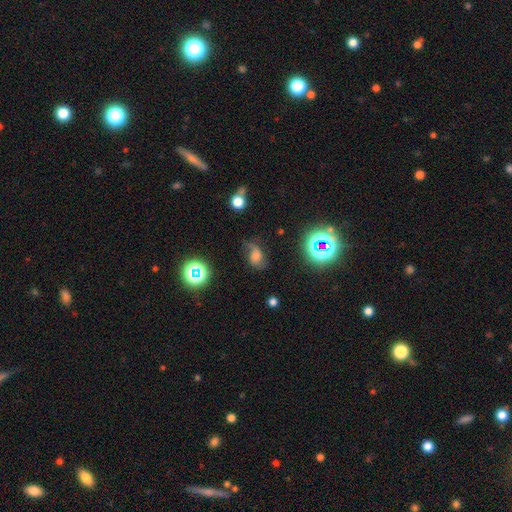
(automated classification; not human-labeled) Smooth or featured? featured or disk (40%)
Merging? none (48%)